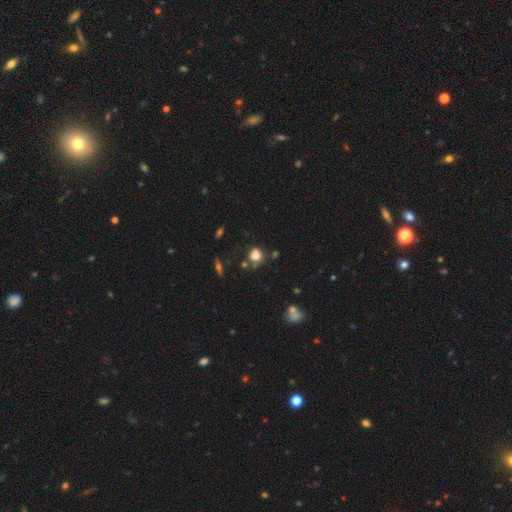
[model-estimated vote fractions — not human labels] The model was most divided on "merging": none: 66%, minor disturbance: 15%, merger: 13%, major disturbance: 5%. More confident: how rounded — round (80%); smooth or featured — smooth (75%).